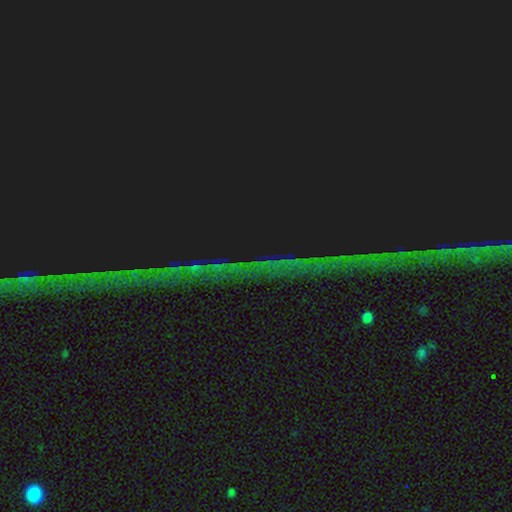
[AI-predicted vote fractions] star or artifact 85%, featured or disk 8%, smooth 7%.